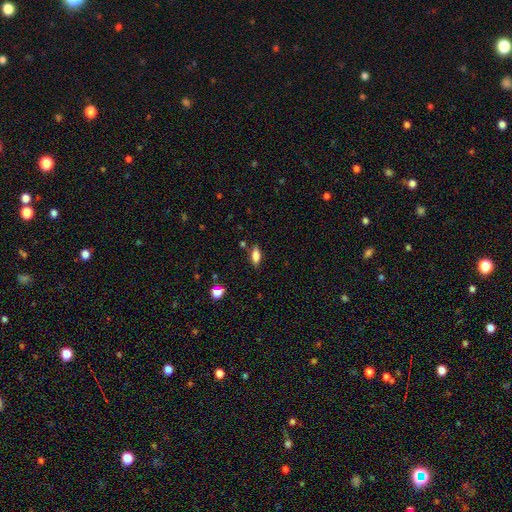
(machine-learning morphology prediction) Smooth or featured? Predicted: smooth (p=0.79). How rounded? Predicted: in between (p=0.79). Merging? Predicted: none (p=0.83).